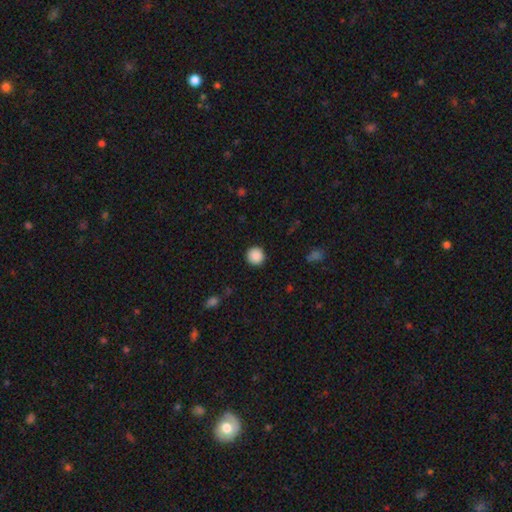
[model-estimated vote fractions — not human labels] A smooth galaxy with no disk features (89%) that is round (95%). Merging: none (92%).